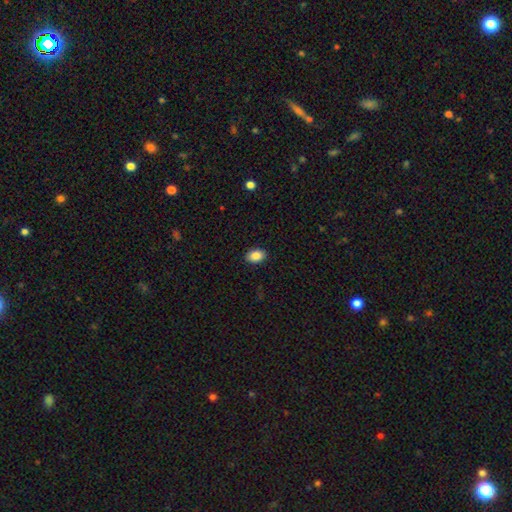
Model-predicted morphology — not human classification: The model was most divided on "how rounded": in between: 82%, round: 17%, cigar-shaped: 1%. More confident: merging — none (90%); smooth or featured — smooth (88%).